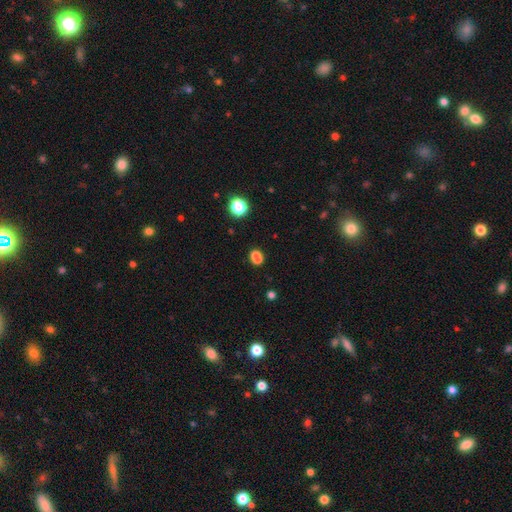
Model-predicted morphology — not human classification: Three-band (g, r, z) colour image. It shows a smooth galaxy with no disk features (77%) that is in between round and cigar-shaped (52%). Merging: none (67%).